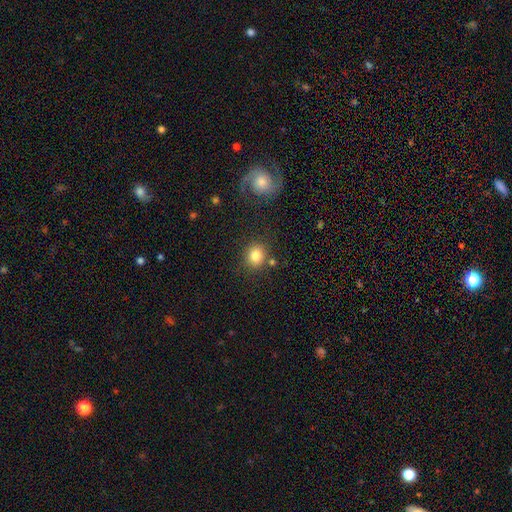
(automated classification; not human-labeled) This appears to be a smooth galaxy with no disk features (82%) that is round (81%). Merging: none (80%).